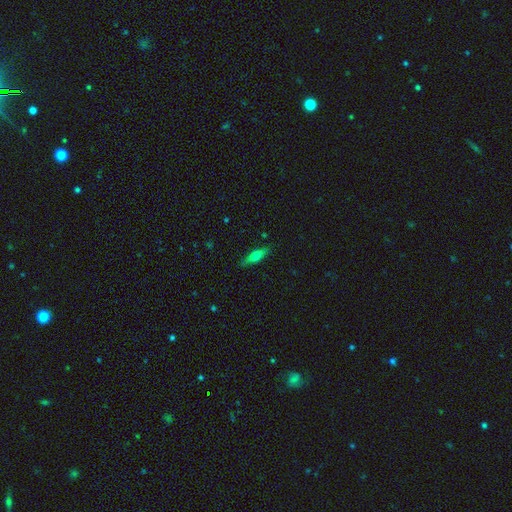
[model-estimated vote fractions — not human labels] Smooth or featured?
  - smooth: 51% *
  - featured or disk: 42%
  - star or artifact: 7%
How rounded?
  - cigar-shaped: 67% *
  - in between: 30%
  - round: 3%
Merging?
  - none: 86% *
  - minor disturbance: 10%
  - major disturbance: 2%
  - merger: 1%